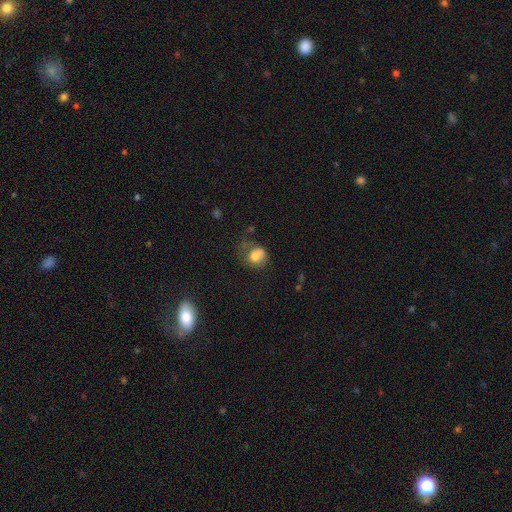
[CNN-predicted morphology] smooth-or-featured: smooth: 73% | featured or disk: 17% | star or artifact: 11%
  how-rounded: round: 69% | in between: 30% | cigar-shaped: 1%
  merging: none: 41% | minor disturbance: 27% | major disturbance: 22% | merger: 11%